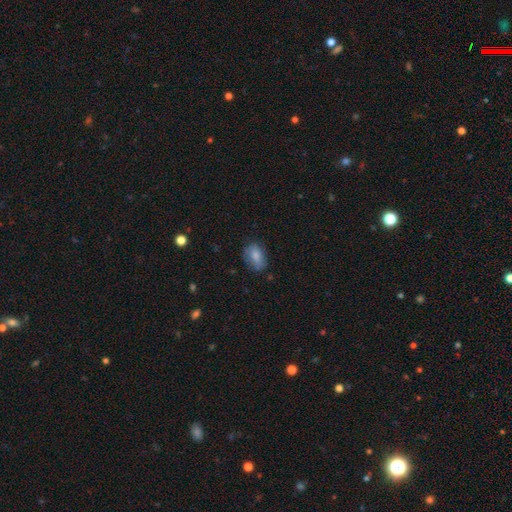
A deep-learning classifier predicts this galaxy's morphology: Smooth or featured?
  - smooth: 81% *
  - featured or disk: 11%
  - star or artifact: 8%
How rounded?
  - in between: 84% *
  - round: 13%
  - cigar-shaped: 3%
Merging?
  - none: 68% *
  - minor disturbance: 24%
  - major disturbance: 6%
  - merger: 2%